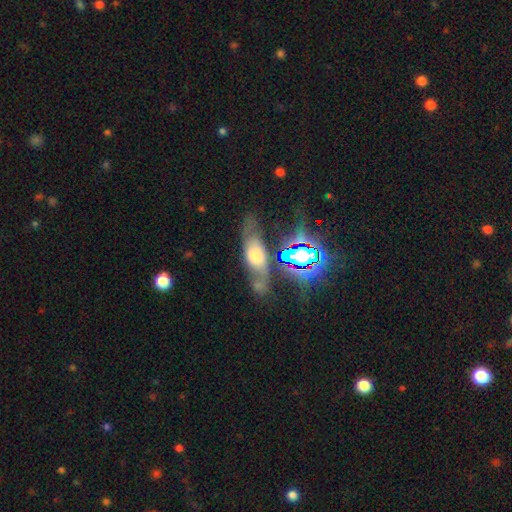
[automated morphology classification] smooth_or_featured: featured or disk (p=0.52) [alt: smooth p=0.34]
disk_edge_on: no (p=0.67) [alt: yes p=0.33]
merging: none (p=0.49) [alt: minor disturbance p=0.22]